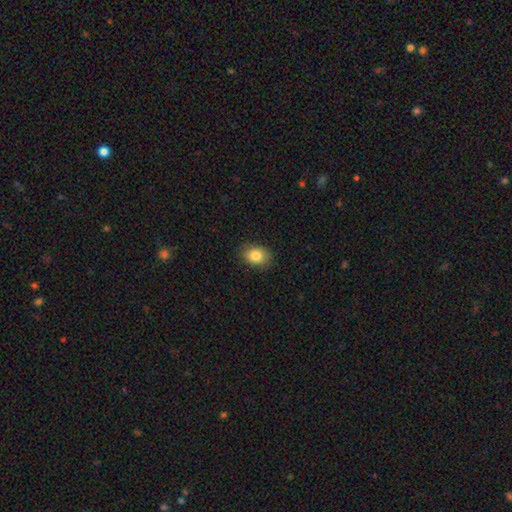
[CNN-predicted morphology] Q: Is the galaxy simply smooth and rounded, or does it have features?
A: smooth — 83%.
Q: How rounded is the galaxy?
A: in between — 62%.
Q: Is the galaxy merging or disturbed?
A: none — 87%.